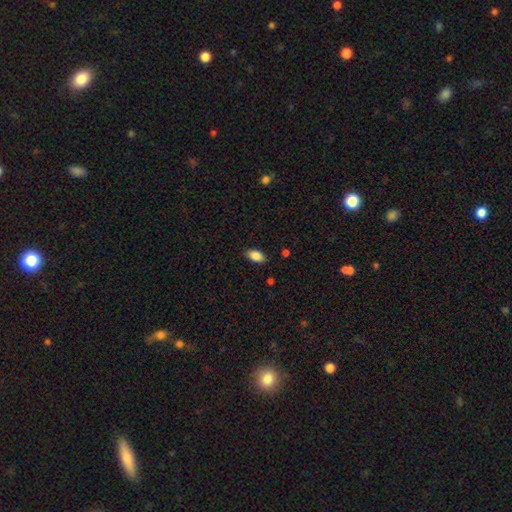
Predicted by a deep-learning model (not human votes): Q: Smooth or featured?
A: smooth (87%); runner-up: star or artifact (8%)
Q: How rounded?
A: in between (92%); runner-up: round (5%)
Q: Merging?
A: none (86%); runner-up: minor disturbance (11%)